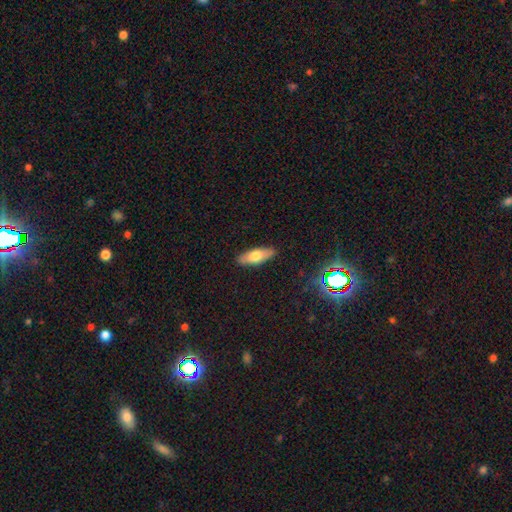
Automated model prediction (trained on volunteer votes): smooth_or_featured: smooth (p=0.68) [alt: featured or disk p=0.25]
how_rounded: in between (p=0.63) [alt: cigar-shaped p=0.35]
merging: none (p=0.88) [alt: minor disturbance p=0.09]